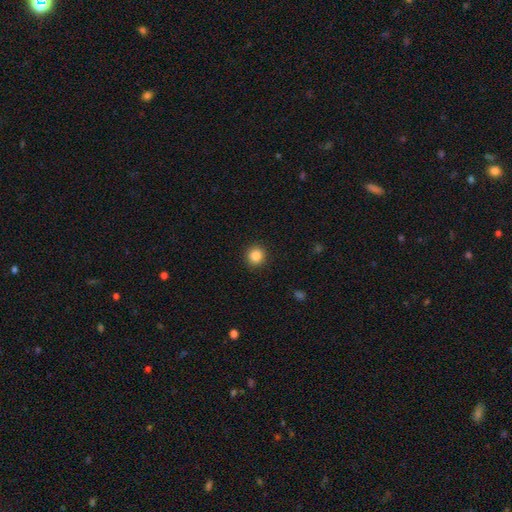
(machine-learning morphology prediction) A smooth galaxy with no disk features (86%) that is round (93%).

Vote fractions:
- Smooth or featured? smooth: 86% / star or artifact: 10% / featured or disk: 4%
- How rounded? round: 93% / in between: 6% / cigar-shaped: 1%
- Merging? none: 92% / minor disturbance: 5% / major disturbance: 2% / merger: 1%